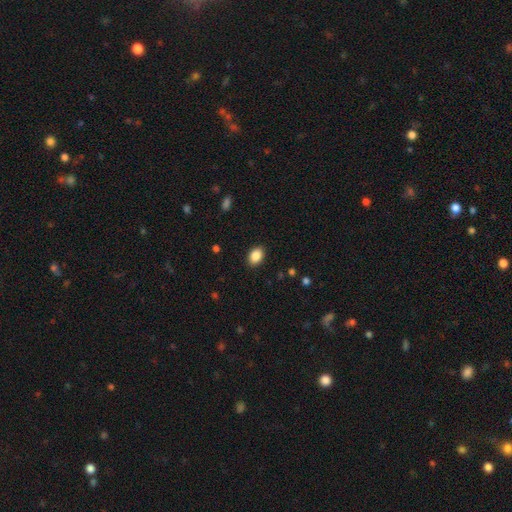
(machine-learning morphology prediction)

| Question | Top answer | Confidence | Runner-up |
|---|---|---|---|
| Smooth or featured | smooth | 88% | star or artifact (8%) |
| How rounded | in between | 81% | round (18%) |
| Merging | none | 89% | minor disturbance (8%) |